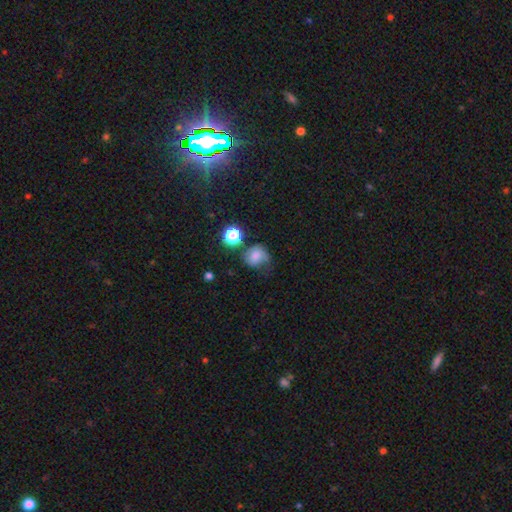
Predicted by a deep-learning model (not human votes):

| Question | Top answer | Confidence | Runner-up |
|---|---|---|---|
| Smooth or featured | smooth | 64% | featured or disk (22%) |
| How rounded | round | 70% | in between (29%) |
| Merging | none | 38% | minor disturbance (30%) |